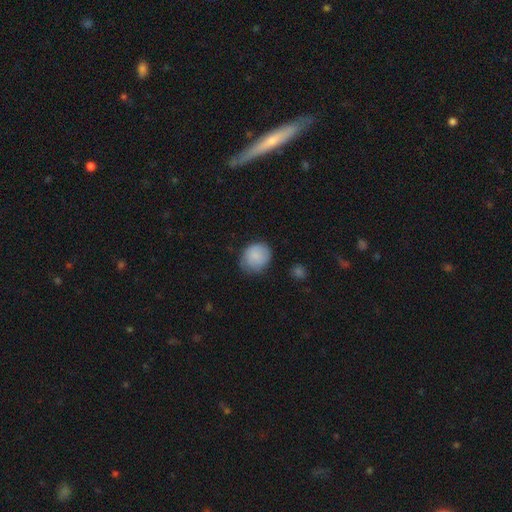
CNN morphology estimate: Smooth or featured? smooth (85%)
How rounded? round (67%)
Merging? none (65%)